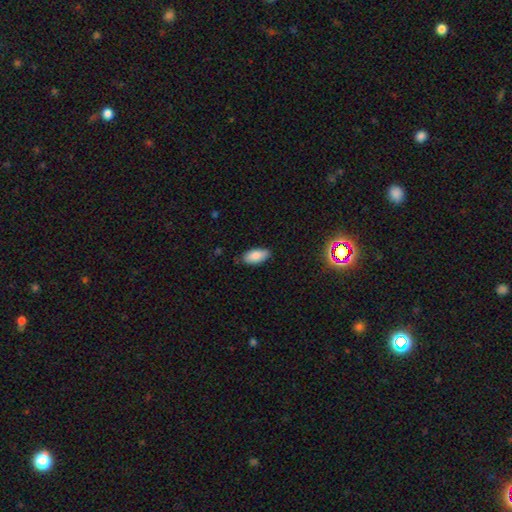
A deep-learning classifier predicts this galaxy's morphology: The model was most divided on "merging": none: 81%, minor disturbance: 16%, major disturbance: 2%, merger: 1%. More confident: how rounded — in between (91%); smooth or featured — smooth (86%).